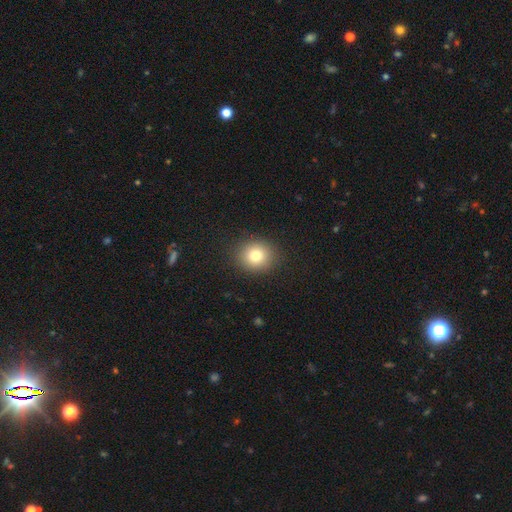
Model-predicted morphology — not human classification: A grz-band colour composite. It shows a smooth galaxy with no disk features (79%) that is round (81%). Merging: none (90%).